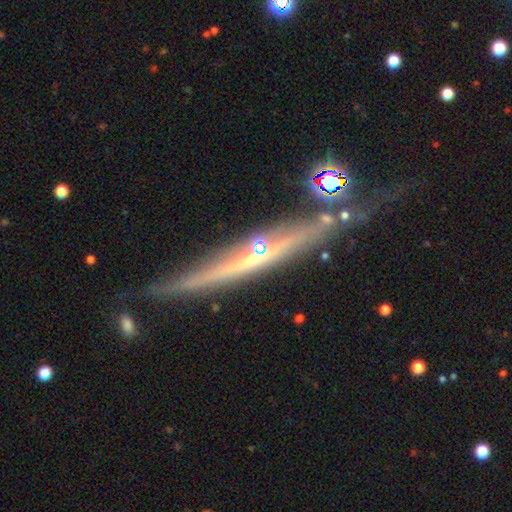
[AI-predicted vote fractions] Smooth or featured?
  - featured or disk: 73% *
  - smooth: 17%
  - star or artifact: 10%
Edge-on disk?
  - yes: 94% *
  - no: 6%
Edge-on bulge?
  - none: 51% *
  - rounded: 44%
  - boxy: 5%
Merging?
  - none: 75% *
  - minor disturbance: 16%
  - merger: 5%
  - major disturbance: 5%